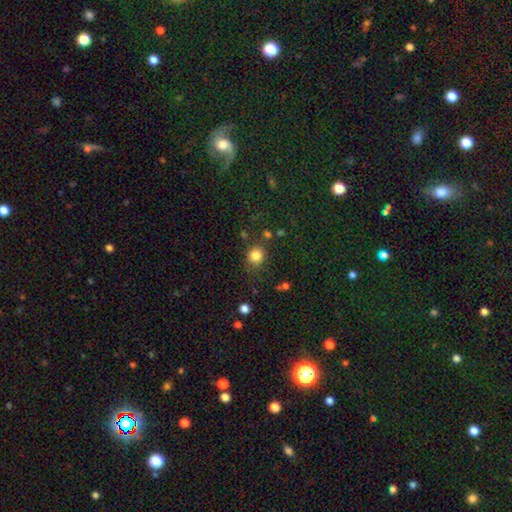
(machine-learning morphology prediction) Q: Smooth or featured?
A: smooth (83%); runner-up: star or artifact (12%)
Q: How rounded?
A: round (80%); runner-up: in between (19%)
Q: Merging?
A: none (77%); runner-up: minor disturbance (13%)